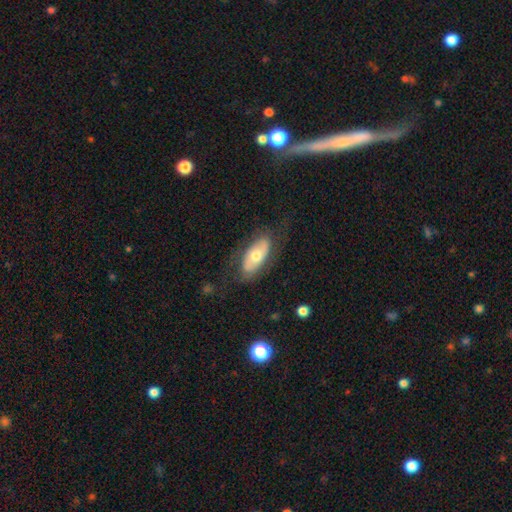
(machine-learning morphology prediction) A smooth galaxy with no disk features (49%).

Vote fractions:
- Smooth or featured? smooth: 49% / featured or disk: 45% / star or artifact: 6%
- Merging? none: 72% / minor disturbance: 18% / major disturbance: 9% / merger: 1%